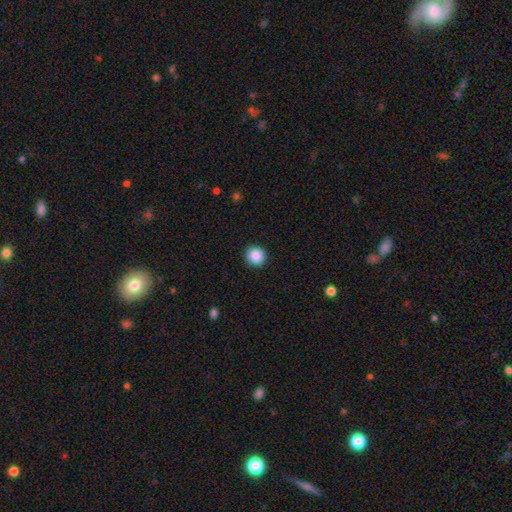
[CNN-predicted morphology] The model was most divided on "smooth or featured": smooth: 89%, star or artifact: 9%, featured or disk: 3%. More confident: merging — none (92%); how rounded — round (92%).